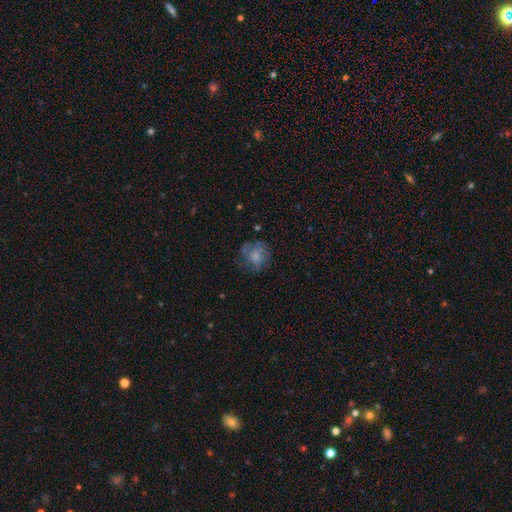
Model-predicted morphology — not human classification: A smooth galaxy with no disk features (53%) that is round (80%).

Vote fractions:
- Smooth or featured? smooth: 53% / featured or disk: 36% / star or artifact: 11%
- How rounded? round: 80% / in between: 19% / cigar-shaped: 1%
- Merging? none: 61% / minor disturbance: 21% / major disturbance: 16% / merger: 2%